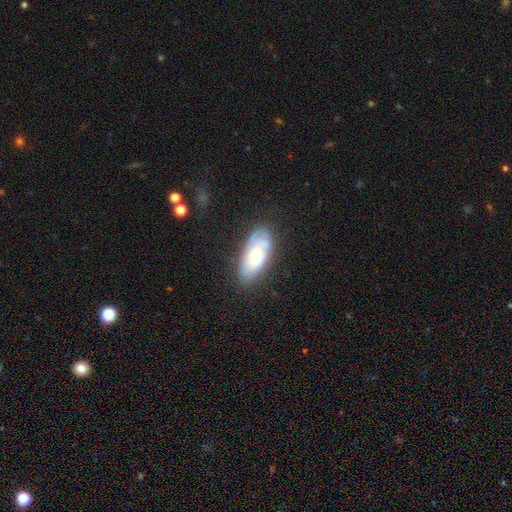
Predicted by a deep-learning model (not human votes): smooth_or_featured: featured or disk (p=0.49) [alt: smooth p=0.44]
merging: none (p=0.71) [alt: minor disturbance p=0.21]